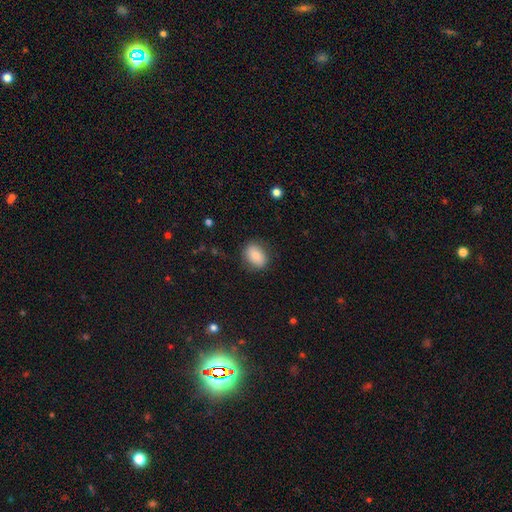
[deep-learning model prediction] This is clearly a smooth galaxy (80%). How rounded: likely in between (73%). Merging: clearly none (82%).